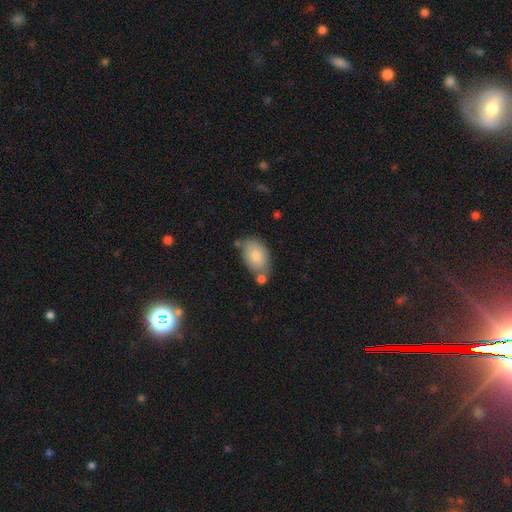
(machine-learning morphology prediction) type=smooth (83%); roundness=in between (92%); merging=none (61%).